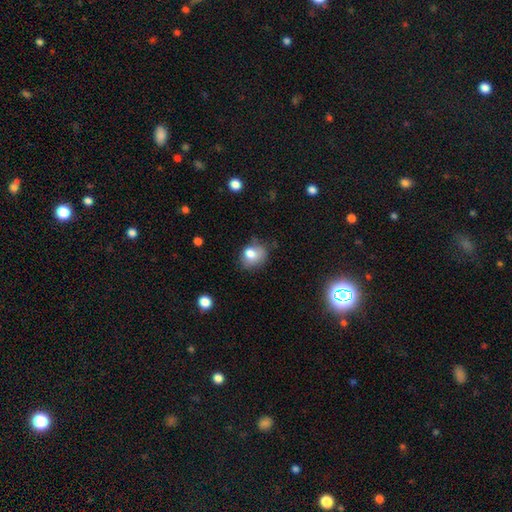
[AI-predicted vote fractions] Overall: smooth (78%). How rounded: round (58%; in between 41%). Merging: none (57%; minor disturbance 30%).